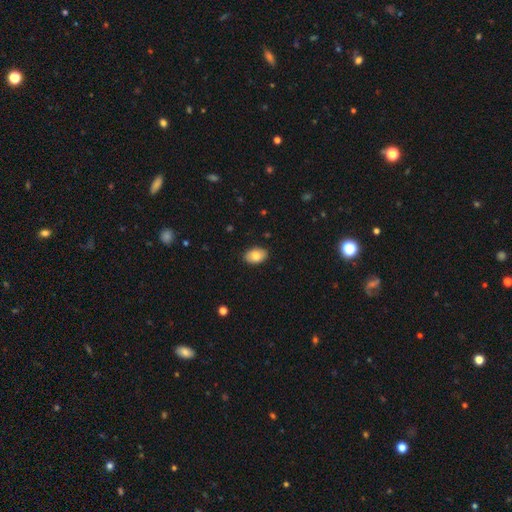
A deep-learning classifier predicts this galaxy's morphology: type=smooth (84%); roundness=in between (90%); merging=none (88%).